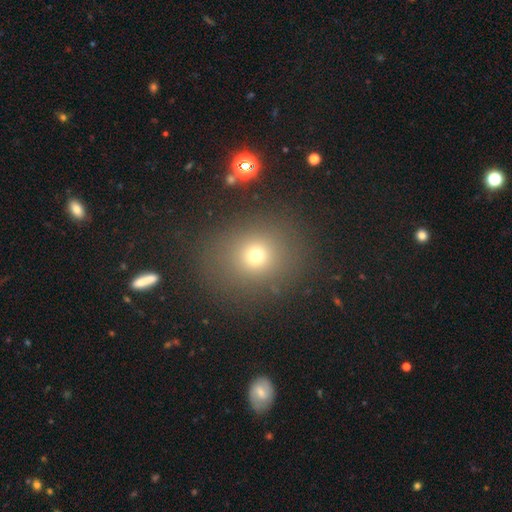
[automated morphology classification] Overall: smooth (69%). How rounded: round (73%). Merging: none (84%).